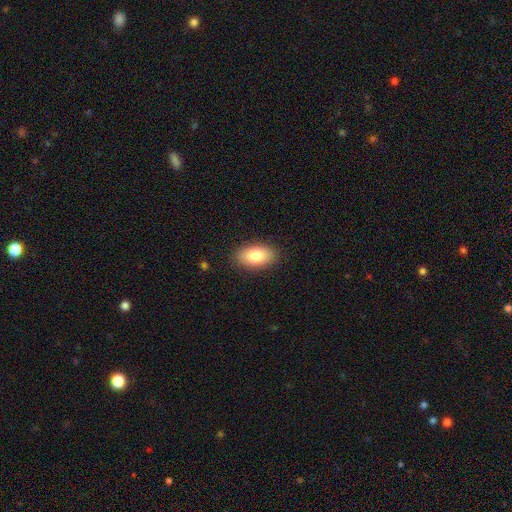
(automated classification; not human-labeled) The model was most divided on "smooth or featured": smooth: 84%, featured or disk: 9%, star or artifact: 7%. More confident: how rounded — in between (93%); merging — none (88%).